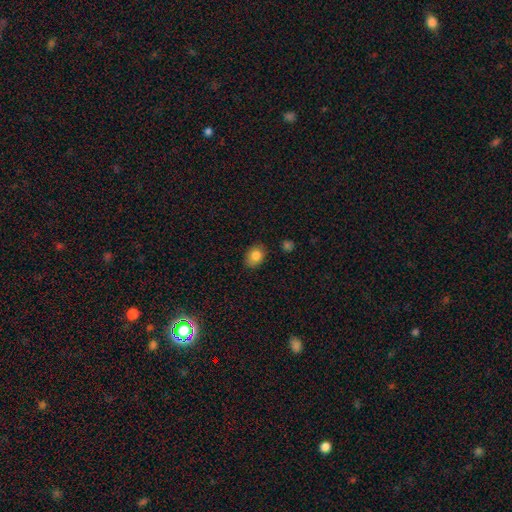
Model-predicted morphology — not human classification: Overall: smooth (83%). How rounded: in between (65%; round 34%). Merging: none (83%).